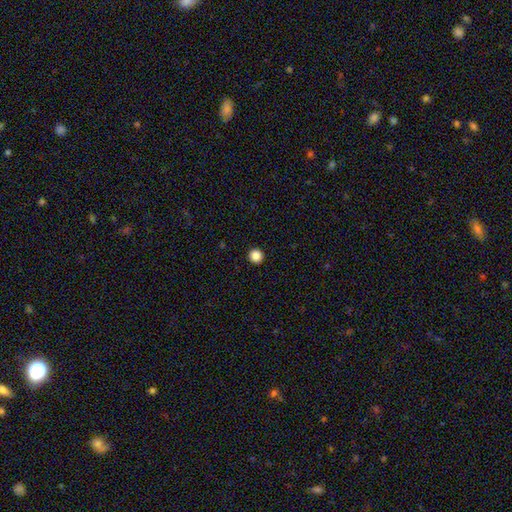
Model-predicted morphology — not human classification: This appears to be a smooth galaxy with no disk features (87%) that is round (96%). Merging: none (94%).